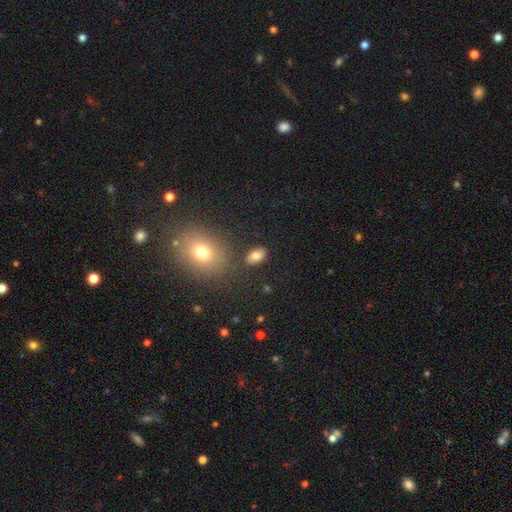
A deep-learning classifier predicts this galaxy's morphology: The model was most divided on "merging": none: 82%, minor disturbance: 11%, merger: 4%, major disturbance: 3%. More confident: how rounded — in between (88%); smooth or featured — smooth (82%).